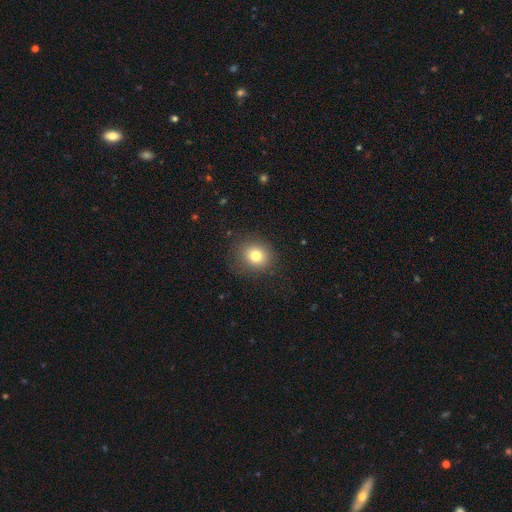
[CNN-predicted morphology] Q: Smooth or featured?
A: smooth (78%); runner-up: star or artifact (12%)
Q: How rounded?
A: round (75%); runner-up: in between (24%)
Q: Merging?
A: none (85%); runner-up: minor disturbance (10%)